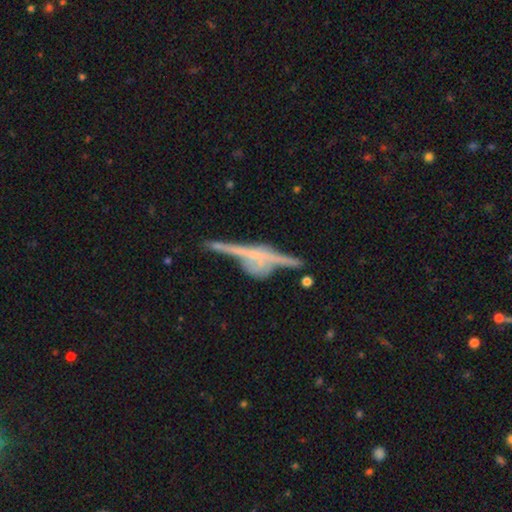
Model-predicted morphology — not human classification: A featured or disk galaxy (76%) viewed edge-on (93%) with a rounded central bulge (47%). Merging: none (55%).